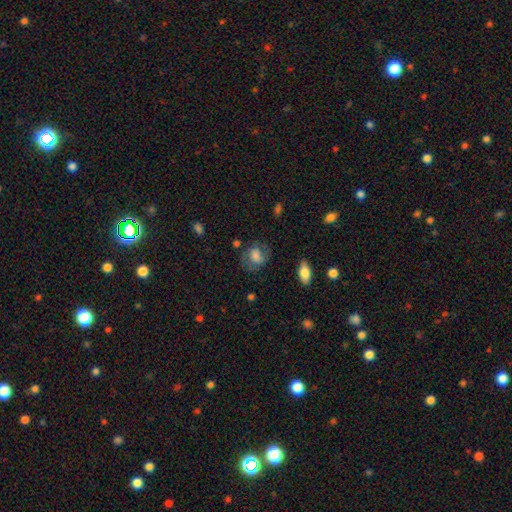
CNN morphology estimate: Smooth or featured? smooth (52%)
How rounded? round (50%)
Merging? none (63%)